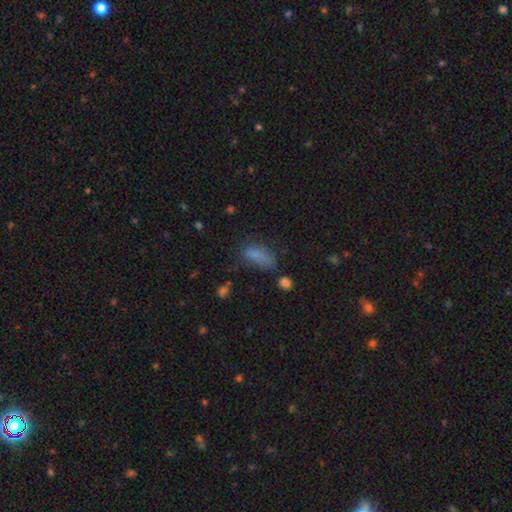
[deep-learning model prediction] Smooth or featured?
  - smooth: 76% *
  - star or artifact: 14%
  - featured or disk: 10%
How rounded?
  - in between: 76% *
  - cigar-shaped: 20%
  - round: 4%
Merging?
  - none: 48% *
  - minor disturbance: 27%
  - major disturbance: 18%
  - merger: 7%